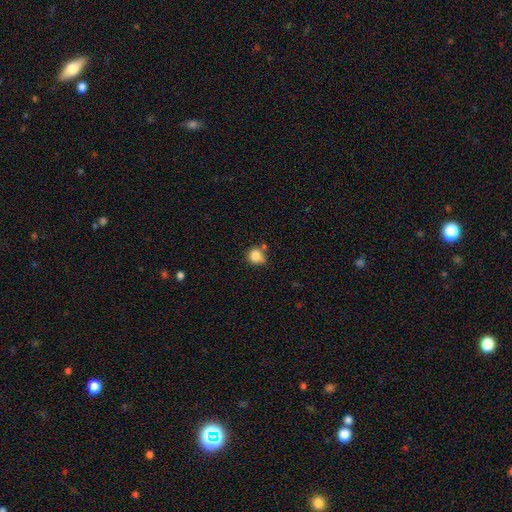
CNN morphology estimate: smooth-or-featured: smooth: 83% | star or artifact: 10% | featured or disk: 7%
  how-rounded: round: 81% | in between: 18% | cigar-shaped: 1%
  merging: none: 56% | minor disturbance: 24% | merger: 14% | major disturbance: 7%